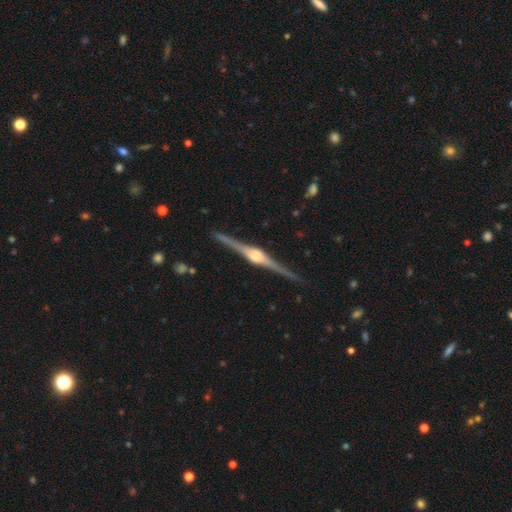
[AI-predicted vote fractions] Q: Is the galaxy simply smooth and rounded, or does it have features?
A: featured or disk — 89%.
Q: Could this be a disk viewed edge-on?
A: yes — 98%.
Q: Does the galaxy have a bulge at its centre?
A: rounded — 87%.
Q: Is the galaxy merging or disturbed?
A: none — 89%.